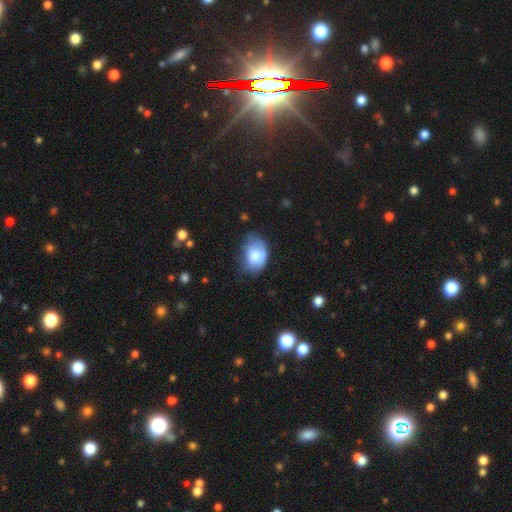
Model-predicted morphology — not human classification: type=smooth (76%); roundness=in between (77%); merging=none (44%).